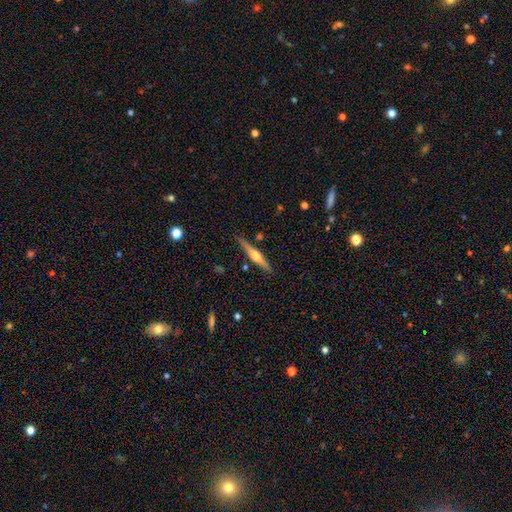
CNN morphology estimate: A featured or disk galaxy (61%) viewed edge-on (96%) with a rounded central bulge (88%).

Vote fractions:
- Smooth or featured? featured or disk: 61% / smooth: 33% / star or artifact: 6%
- Edge-on disk? yes: 96% / no: 4%
- Edge-on bulge? rounded: 88% / none: 7% / boxy: 5%
- Merging? none: 84% / minor disturbance: 11% / merger: 3% / major disturbance: 2%